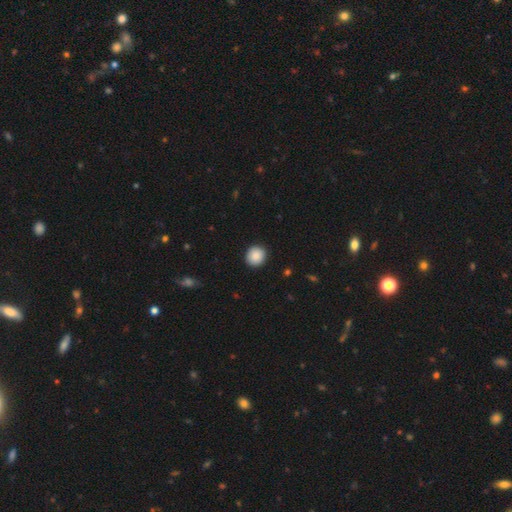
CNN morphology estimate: Smooth or featured? Predicted: smooth (p=0.89). How rounded? Predicted: round (p=0.88). Merging? Predicted: none (p=0.92).